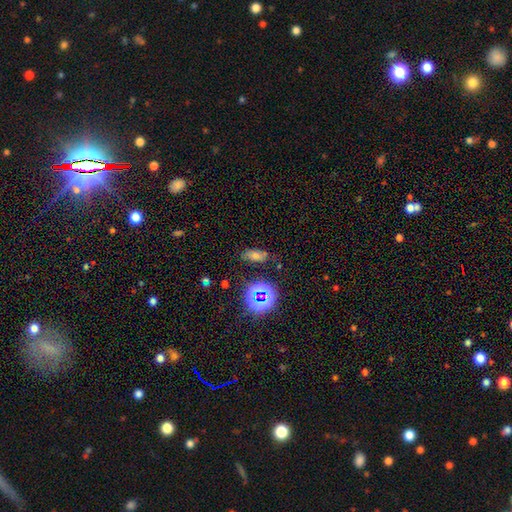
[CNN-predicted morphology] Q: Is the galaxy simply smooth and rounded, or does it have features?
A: smooth — 47%.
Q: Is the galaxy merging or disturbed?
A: none — 78%.